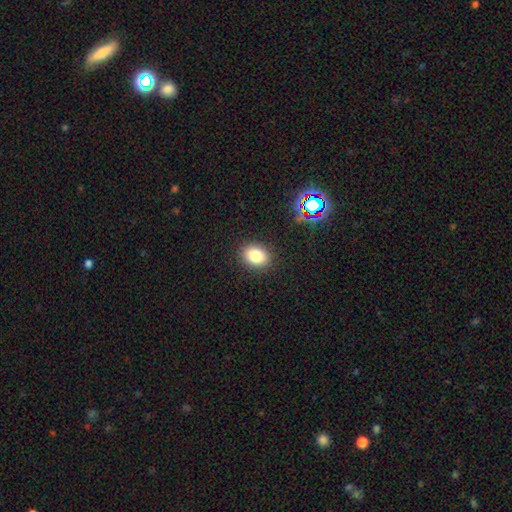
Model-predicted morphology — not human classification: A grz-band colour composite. It shows a smooth galaxy with no disk features (81%) that is in between round and cigar-shaped (61%). Merging: none (88%).